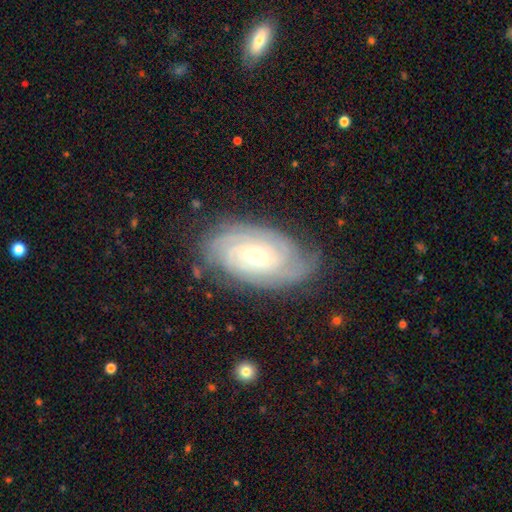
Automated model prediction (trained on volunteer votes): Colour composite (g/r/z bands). It shows a featured or disk galaxy (84%) with no bar (64%), tight (81%) spiral arms (97%) and a small central bulge (57%). Merging: none (80%).